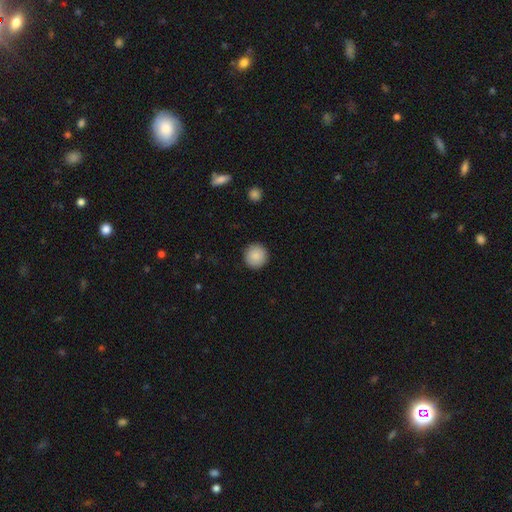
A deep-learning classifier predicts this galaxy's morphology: Smooth or featured: smooth — 89% (star or artifact — 8%)
How rounded: round — 96% (in between — 3%)
Merging: none — 92% (minor disturbance — 5%)